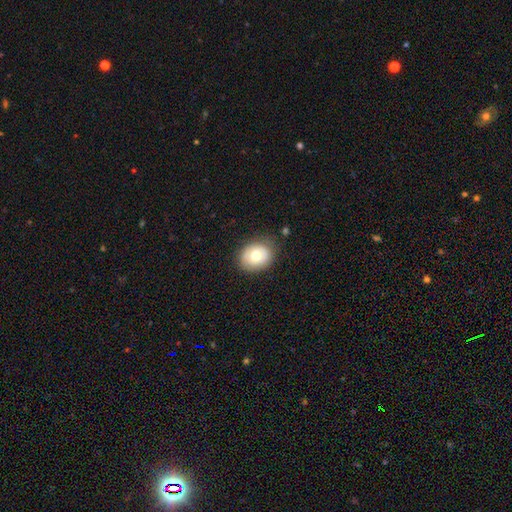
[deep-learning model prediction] Smooth or featured? smooth (65%)
How rounded? round (57%)
Merging? none (81%)